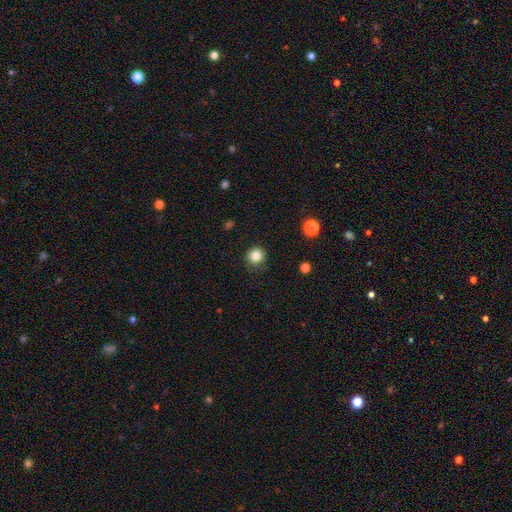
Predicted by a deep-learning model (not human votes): This appears to be a smooth galaxy with no disk features (83%) that is round (91%). Merging: none (84%).